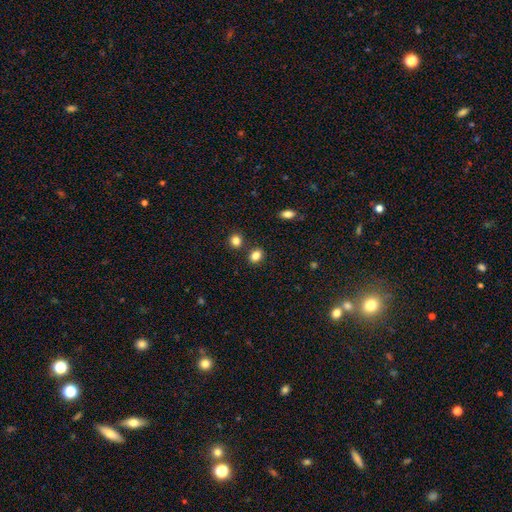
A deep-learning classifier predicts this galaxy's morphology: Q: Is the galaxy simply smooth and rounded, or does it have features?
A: smooth — 83%.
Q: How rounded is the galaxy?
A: round — 53%.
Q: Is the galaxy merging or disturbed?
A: none — 82%.